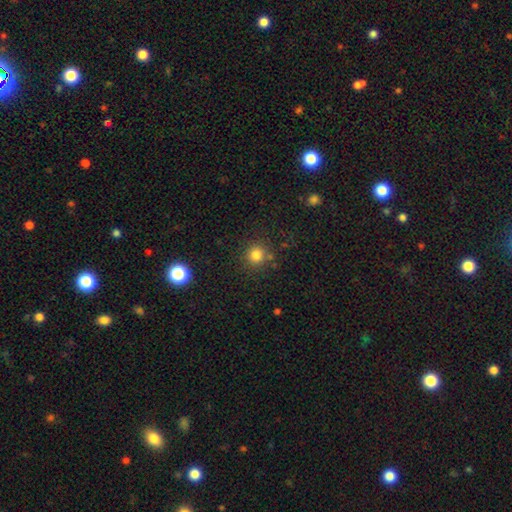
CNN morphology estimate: smooth-or-featured: smooth: 80% | star or artifact: 14% | featured or disk: 6%
  how-rounded: round: 92% | in between: 7% | cigar-shaped: 1%
  merging: none: 83% | minor disturbance: 9% | merger: 5% | major disturbance: 3%